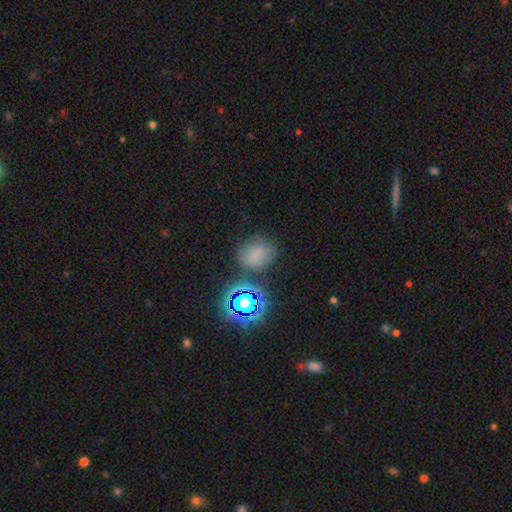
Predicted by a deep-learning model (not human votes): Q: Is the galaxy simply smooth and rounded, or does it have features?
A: smooth — 66%.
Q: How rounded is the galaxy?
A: in between — 52%.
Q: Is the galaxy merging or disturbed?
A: none — 74%.